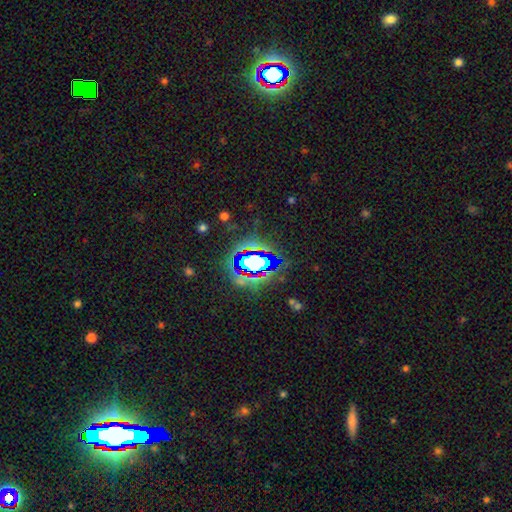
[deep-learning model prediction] This is likely a star or artifact rather than a galaxy (73%).